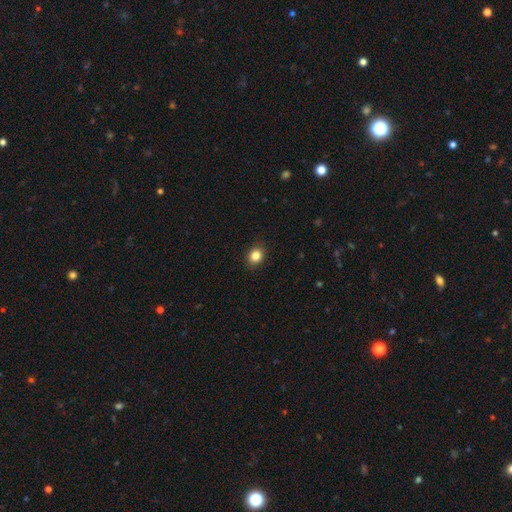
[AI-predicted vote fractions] smooth_or_featured: smooth (p=0.85) [alt: star or artifact p=0.10]
how_rounded: round (p=0.61) [alt: in between p=0.38]
merging: none (p=0.90) [alt: minor disturbance p=0.07]